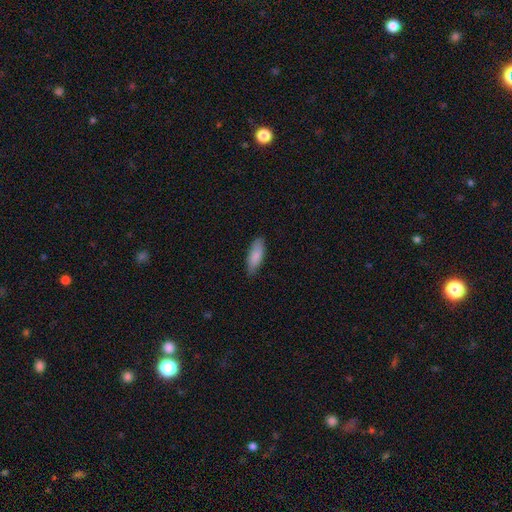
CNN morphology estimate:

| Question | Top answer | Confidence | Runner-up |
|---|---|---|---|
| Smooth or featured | smooth | 87% | featured or disk (8%) |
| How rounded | in between | 69% | cigar-shaped (29%) |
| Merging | none | 80% | minor disturbance (16%) |